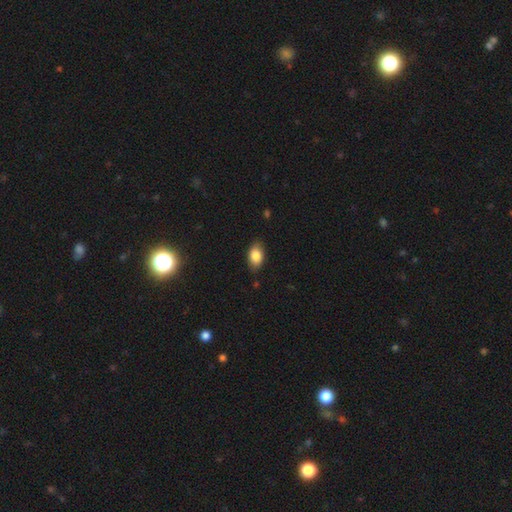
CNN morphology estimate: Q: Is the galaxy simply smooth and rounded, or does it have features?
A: smooth — 84%.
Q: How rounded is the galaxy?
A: in between — 90%.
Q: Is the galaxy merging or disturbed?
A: none — 81%.